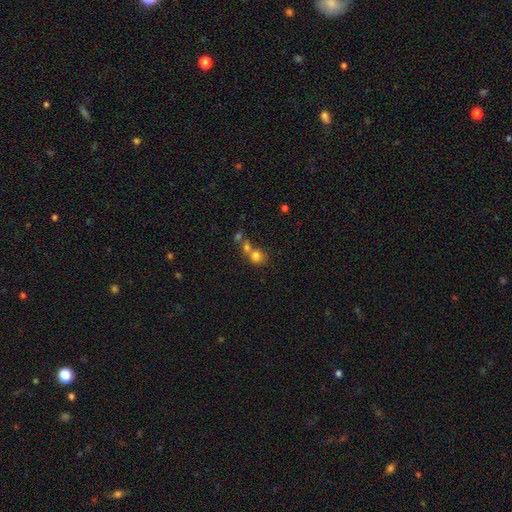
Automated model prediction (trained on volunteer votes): Smooth or featured? Predicted: smooth (p=0.77). How rounded? Predicted: round (p=0.81). Merging? Predicted: merger (p=0.46).